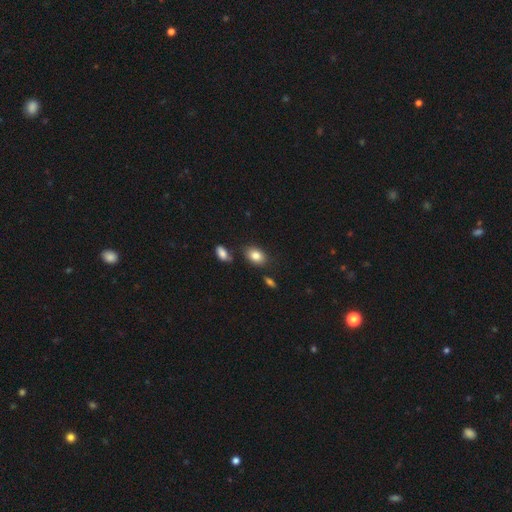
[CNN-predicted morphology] Smooth or featured: smooth — 84% (star or artifact — 8%)
How rounded: in between — 82% (round — 16%)
Merging: none — 77% (minor disturbance — 13%)